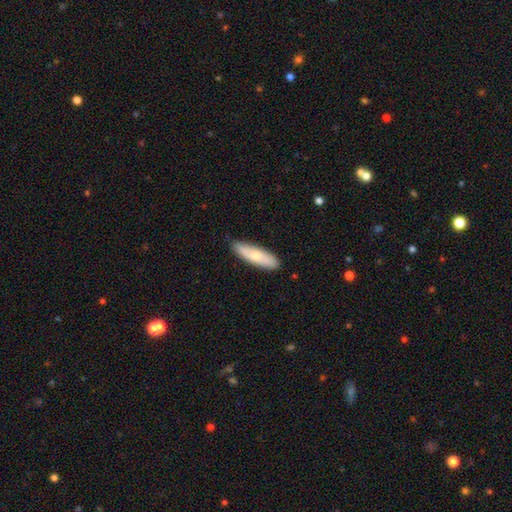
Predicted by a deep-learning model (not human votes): smooth-or-featured: smooth: 66% | featured or disk: 29% | star or artifact: 5%
  how-rounded: cigar-shaped: 56% | in between: 42% | round: 2%
  merging: none: 84% | minor disturbance: 13% | major disturbance: 2% | merger: 1%